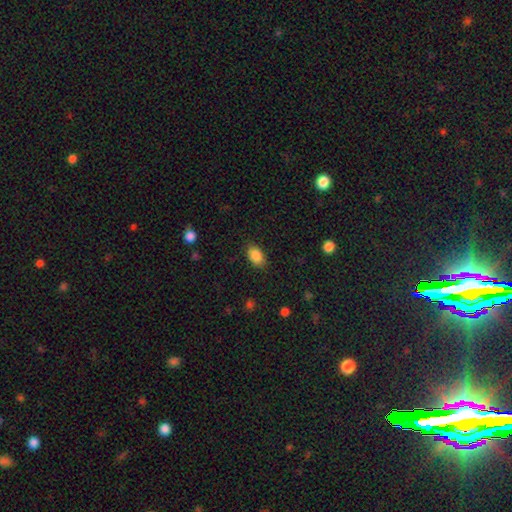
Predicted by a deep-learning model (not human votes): This is clearly a smooth galaxy (88%). How rounded: clearly in between (89%). Merging: clearly none (85%).